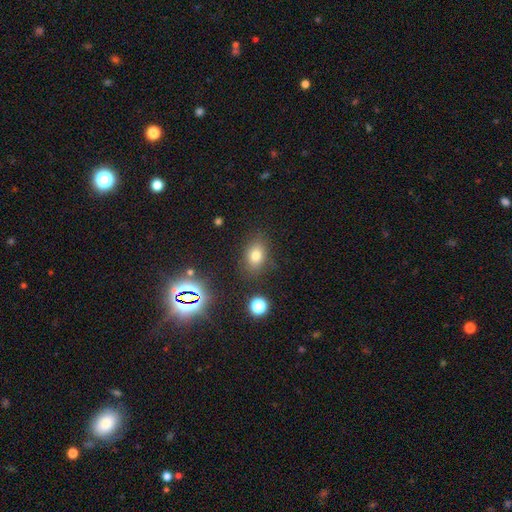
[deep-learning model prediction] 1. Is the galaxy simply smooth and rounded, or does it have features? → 73% smooth, 16% star or artifact, 10% featured or disk.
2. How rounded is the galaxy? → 70% in between, 28% round, 2% cigar-shaped.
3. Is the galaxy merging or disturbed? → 81% none, 12% minor disturbance, 4% major disturbance, 3% merger.